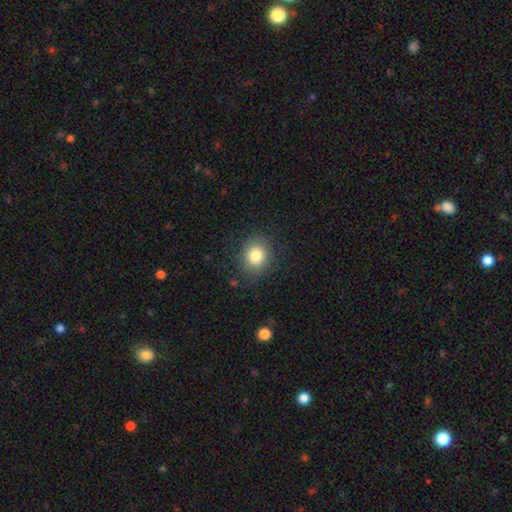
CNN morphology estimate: Overall: smooth (81%). How rounded: round (74%). Merging: none (85%).